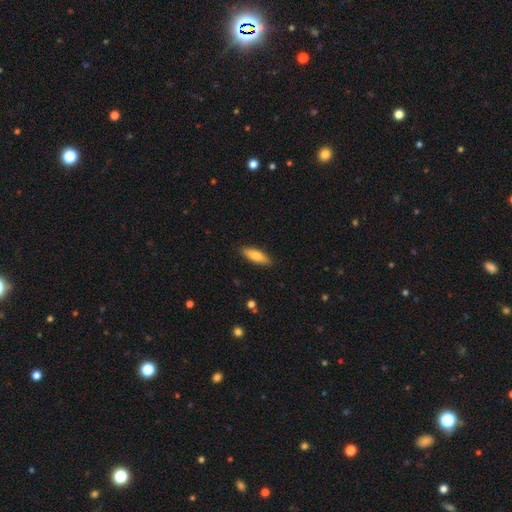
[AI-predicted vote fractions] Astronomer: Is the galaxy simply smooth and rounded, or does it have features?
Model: smooth — 77%.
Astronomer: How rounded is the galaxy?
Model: in between — 49%, tied with cigar-shaped at 49%.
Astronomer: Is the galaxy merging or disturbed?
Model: none — 88%.